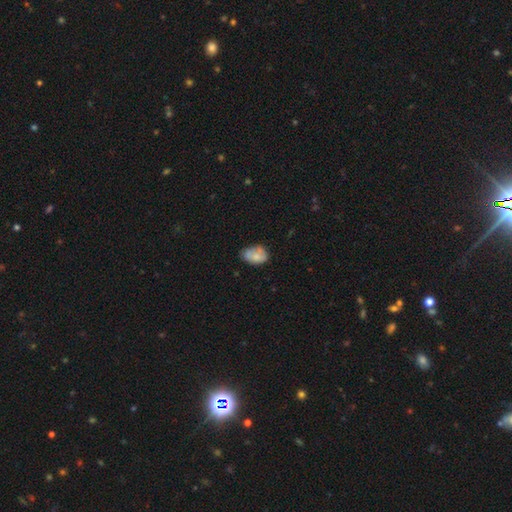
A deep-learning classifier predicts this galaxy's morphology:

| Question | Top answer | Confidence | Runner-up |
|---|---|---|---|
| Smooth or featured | smooth | 72% | featured or disk (20%) |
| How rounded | in between | 84% | round (15%) |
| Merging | none | 50% | minor disturbance (35%) |